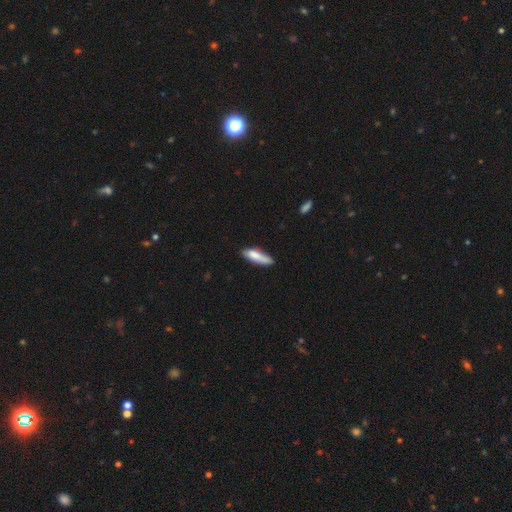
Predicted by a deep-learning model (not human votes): Smooth or featured: smooth — 78% (featured or disk — 15%)
How rounded: cigar-shaped — 57% (in between — 41%)
Merging: none — 58% (minor disturbance — 31%)